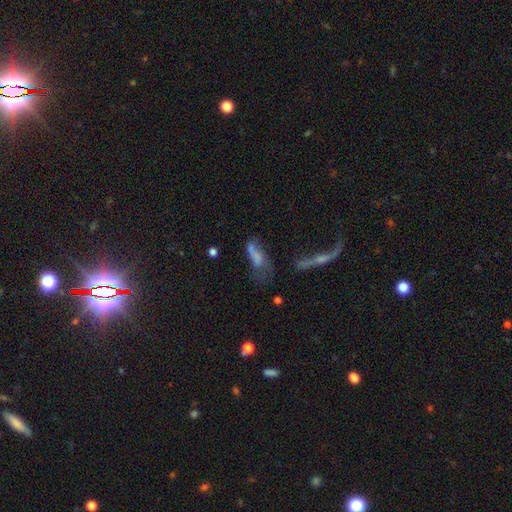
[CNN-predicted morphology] The model was most divided on "merging": major disturbance: 34%, merger: 25%, none: 23%, minor disturbance: 18%. More confident: how rounded — in between (59%); smooth or featured — smooth (54%).